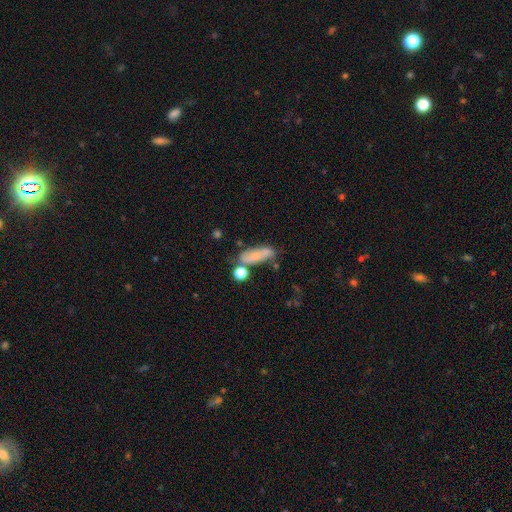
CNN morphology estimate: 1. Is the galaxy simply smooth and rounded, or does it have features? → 60% smooth, 30% featured or disk, 10% star or artifact.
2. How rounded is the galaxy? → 61% in between, 33% cigar-shaped, 6% round.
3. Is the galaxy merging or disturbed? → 50% none, 21% minor disturbance, 19% merger, 9% major disturbance.